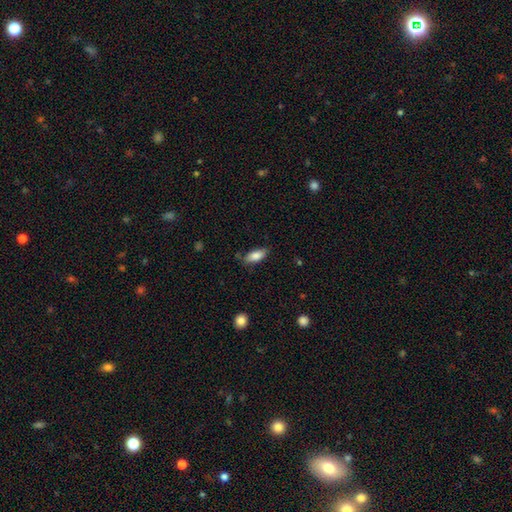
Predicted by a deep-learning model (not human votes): Smooth or featured?
  - smooth: 82% *
  - featured or disk: 11%
  - star or artifact: 7%
How rounded?
  - in between: 83% *
  - cigar-shaped: 14%
  - round: 2%
Merging?
  - none: 76% *
  - minor disturbance: 19%
  - major disturbance: 4%
  - merger: 2%